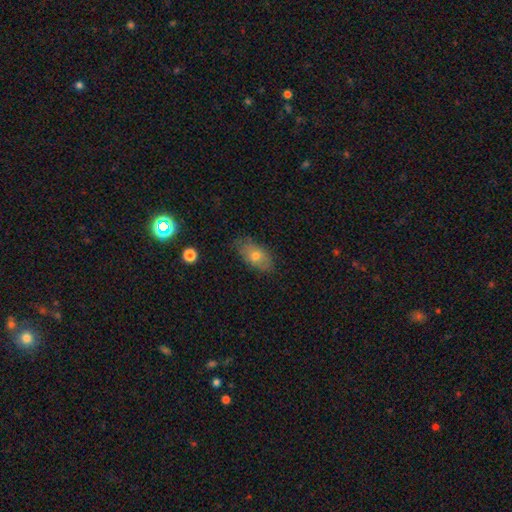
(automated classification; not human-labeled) This appears to be a smooth galaxy with no disk features (68%) that is in between round and cigar-shaped (89%). Merging: none (75%).